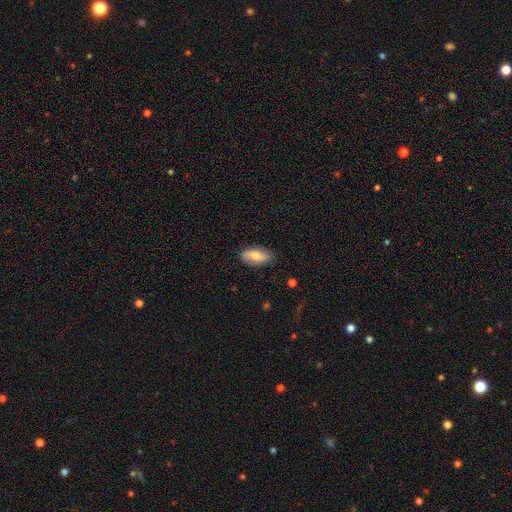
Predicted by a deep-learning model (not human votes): Smooth or featured? Predicted: smooth (p=0.72). How rounded? Predicted: in between (p=0.87). Merging? Predicted: none (p=0.82).